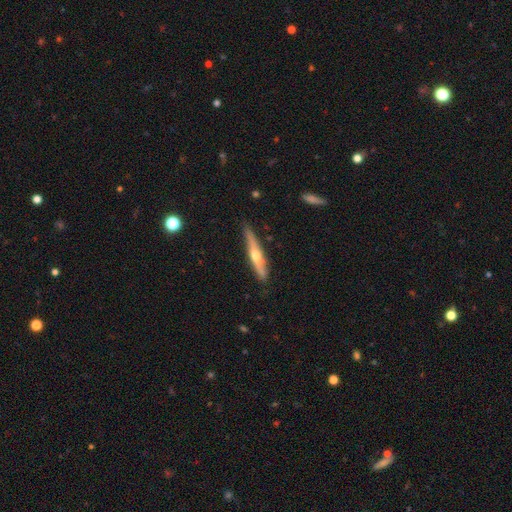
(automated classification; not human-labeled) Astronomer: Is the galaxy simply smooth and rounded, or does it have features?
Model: featured or disk — 62%.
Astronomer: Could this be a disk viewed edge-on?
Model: yes — 93%.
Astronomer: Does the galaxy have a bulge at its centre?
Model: rounded — 89%.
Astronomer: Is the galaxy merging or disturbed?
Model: none — 80%.